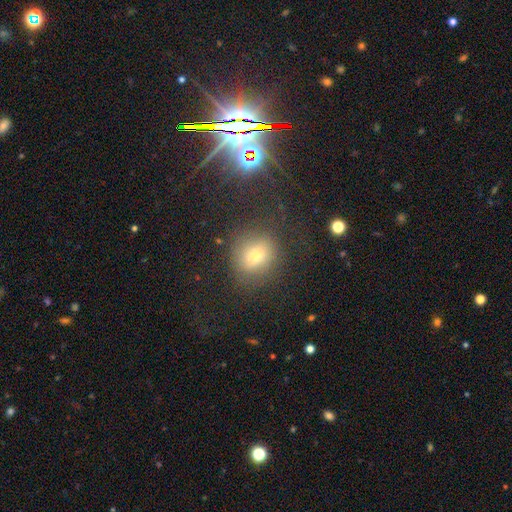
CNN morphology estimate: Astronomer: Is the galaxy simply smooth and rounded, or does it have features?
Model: smooth — 70%.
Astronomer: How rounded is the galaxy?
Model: round — 70%.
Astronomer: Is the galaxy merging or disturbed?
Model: none — 74%.